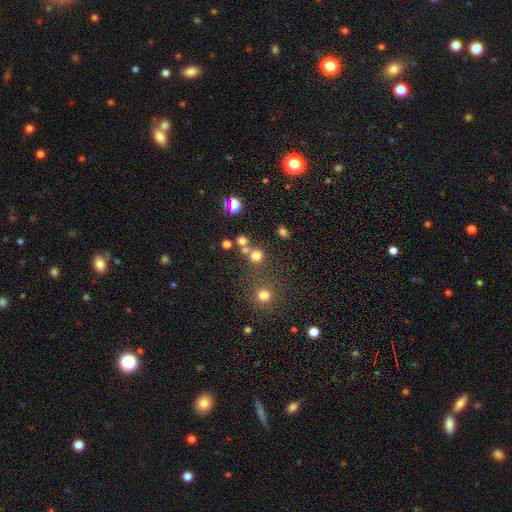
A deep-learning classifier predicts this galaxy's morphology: Overall: smooth (72%). How rounded: round (88%). Merging: none (63%; merger 25%).